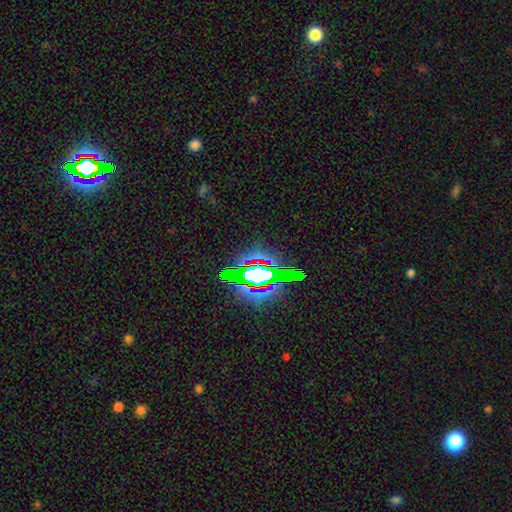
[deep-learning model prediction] Smooth or featured?
  - star or artifact: 79% *
  - smooth: 10%
  - featured or disk: 10%